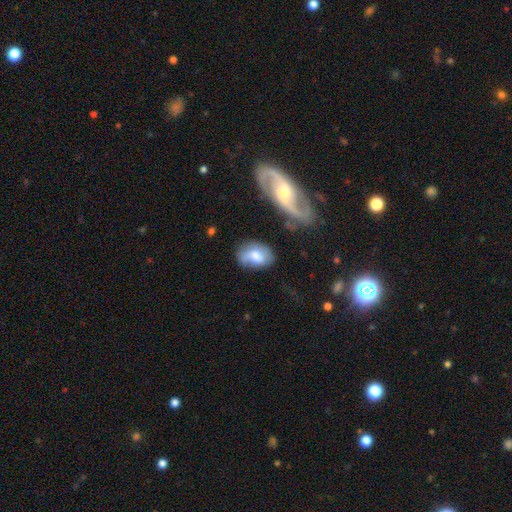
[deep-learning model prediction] Smooth or featured?
  - smooth: 56% *
  - featured or disk: 37%
  - star or artifact: 7%
How rounded?
  - in between: 81% *
  - round: 18%
  - cigar-shaped: 2%
Merging?
  - none: 55% *
  - minor disturbance: 26%
  - major disturbance: 12%
  - merger: 8%